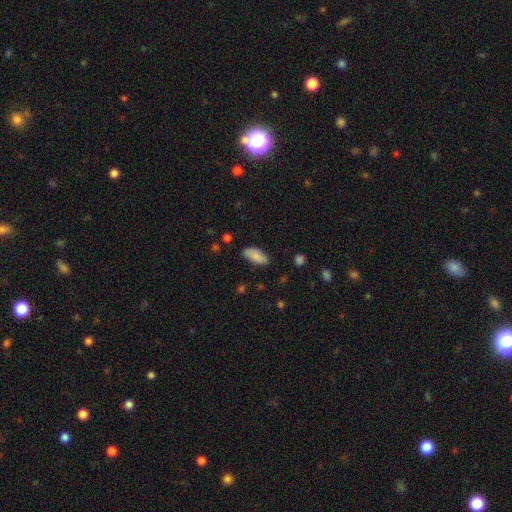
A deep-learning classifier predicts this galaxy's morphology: Overall: smooth (85%). How rounded: in between (88%). Merging: none (81%).